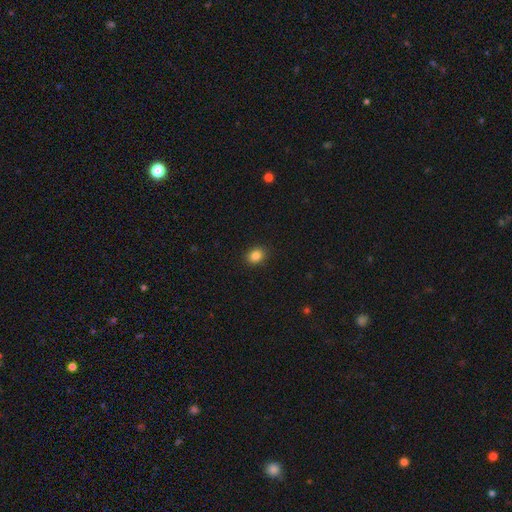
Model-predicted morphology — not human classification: smooth_or_featured: smooth (p=0.85) [alt: star or artifact p=0.10]
how_rounded: in between (p=0.51) [alt: round p=0.48]
merging: none (p=0.90) [alt: minor disturbance p=0.07]